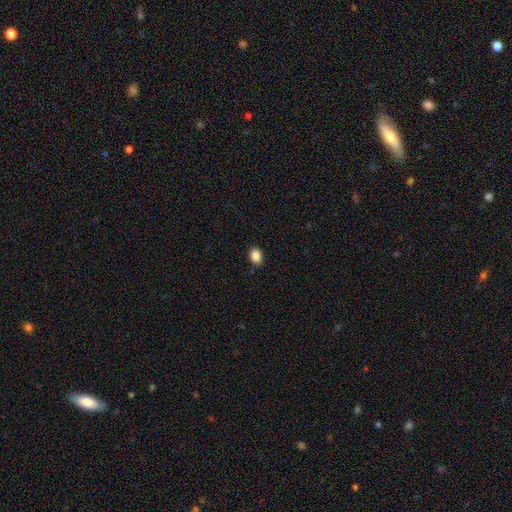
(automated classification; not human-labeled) The model was most divided on "how rounded": in between: 74%, round: 25%, cigar-shaped: 1%. More confident: merging — none (89%); smooth or featured — smooth (88%).